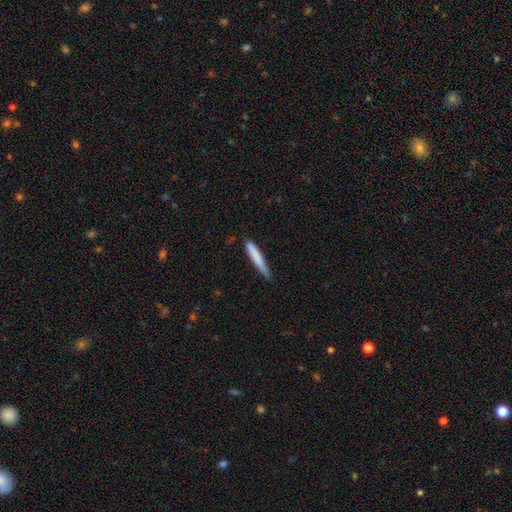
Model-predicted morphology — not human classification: A smooth galaxy with no disk features (76%) that is cigar-shaped (94%). Merging: none (73%).